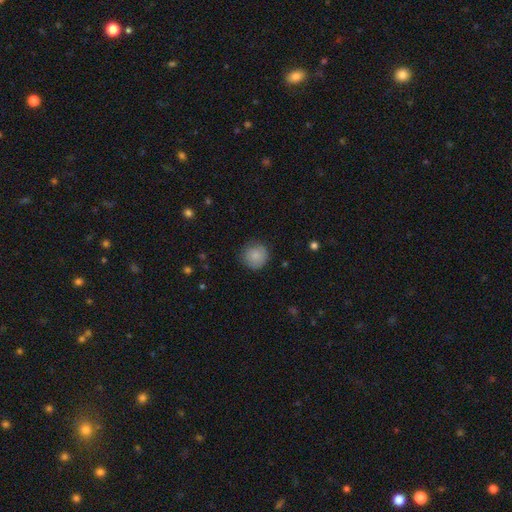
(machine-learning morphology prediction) Smooth or featured? Predicted: smooth (p=0.84). How rounded? Predicted: round (p=0.93). Merging? Predicted: none (p=0.83).